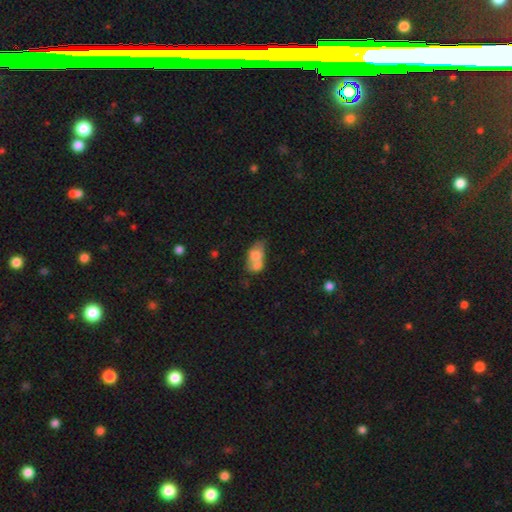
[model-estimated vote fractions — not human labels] Overall: smooth (66%). How rounded: in between (82%). Merging: merger (63%).